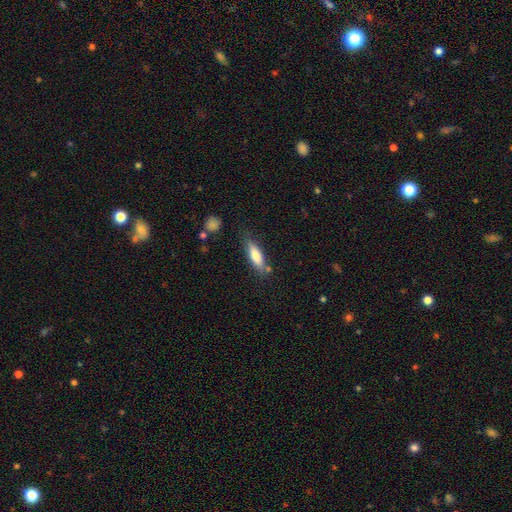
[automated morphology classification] Overall: smooth (74%). How rounded: cigar-shaped (52%; in between 46%). Merging: none (72%).